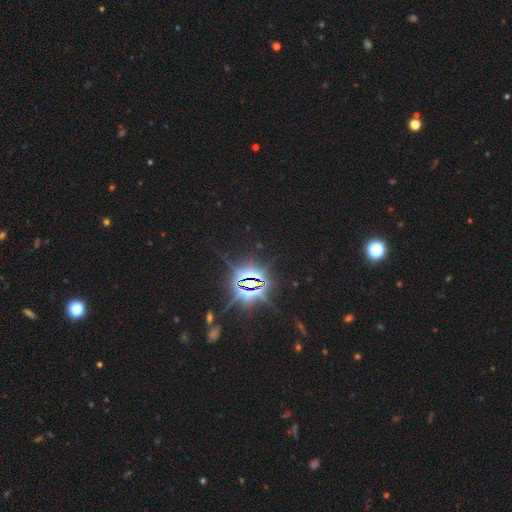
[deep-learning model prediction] smooth-or-featured: star or artifact: 85% | smooth: 9% | featured or disk: 7%